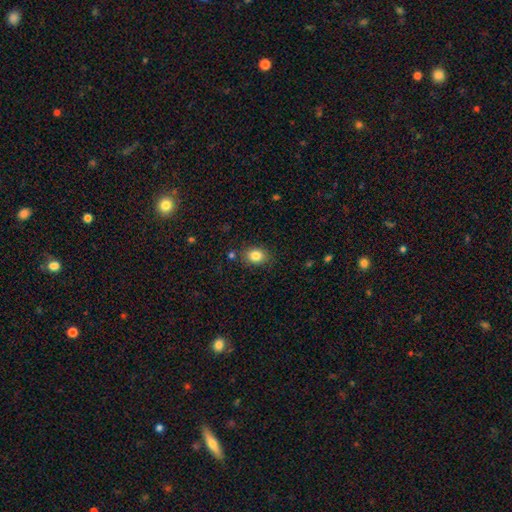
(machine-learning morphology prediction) Overall: smooth (84%). How rounded: in between (52%; round 47%). Merging: none (83%).